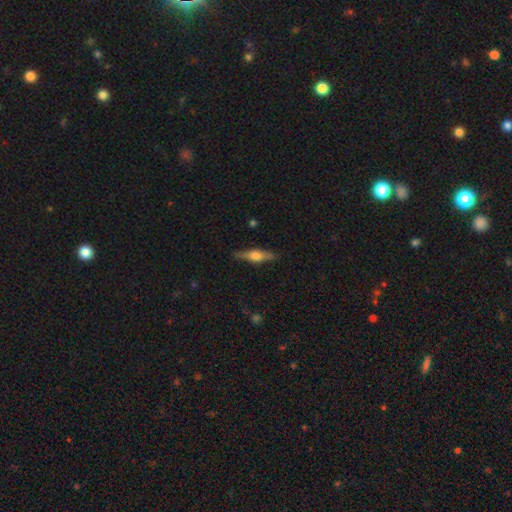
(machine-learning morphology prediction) Smooth or featured? featured or disk (57%)
Edge-on disk? yes (94%)
Edge-on bulge? rounded (87%)
Merging? none (85%)